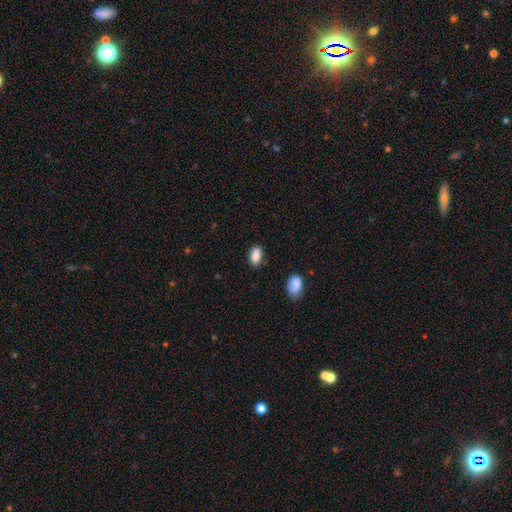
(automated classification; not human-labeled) This appears to be a smooth galaxy with no disk features (88%) that is in between round and cigar-shaped (91%). Merging: none (82%).